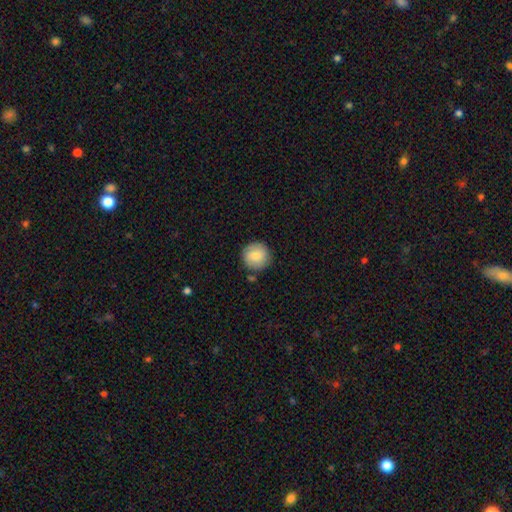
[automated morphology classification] A smooth galaxy with no disk features (81%) that is round (94%). Merging: none (84%).